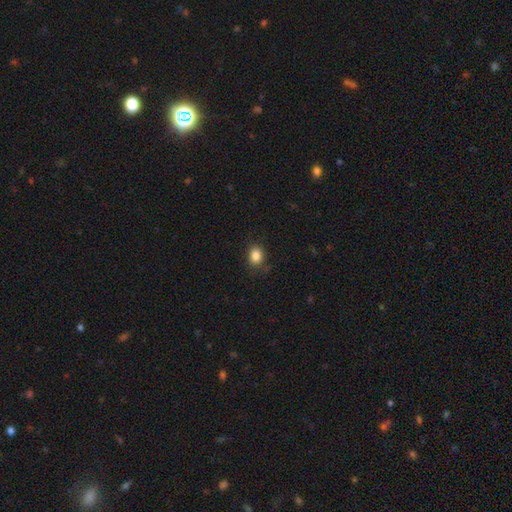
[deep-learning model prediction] Smooth or featured?
  - smooth: 85% *
  - star or artifact: 10%
  - featured or disk: 5%
How rounded?
  - in between: 57% *
  - round: 42%
  - cigar-shaped: 1%
Merging?
  - none: 80% *
  - minor disturbance: 15%
  - major disturbance: 4%
  - merger: 1%